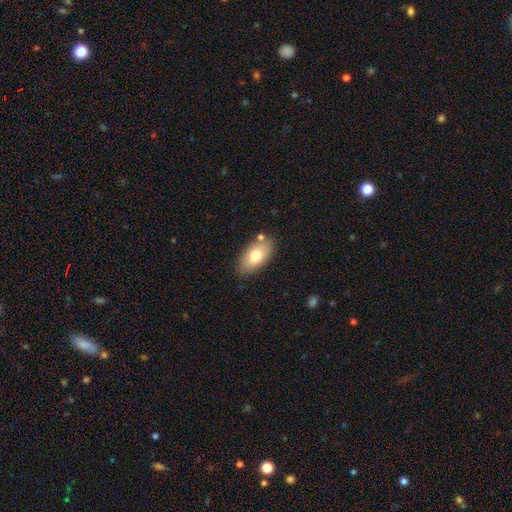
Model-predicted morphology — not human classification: Smooth or featured: smooth — 73% (featured or disk — 19%)
How rounded: in between — 92% (round — 5%)
Merging: none — 77% (minor disturbance — 14%)